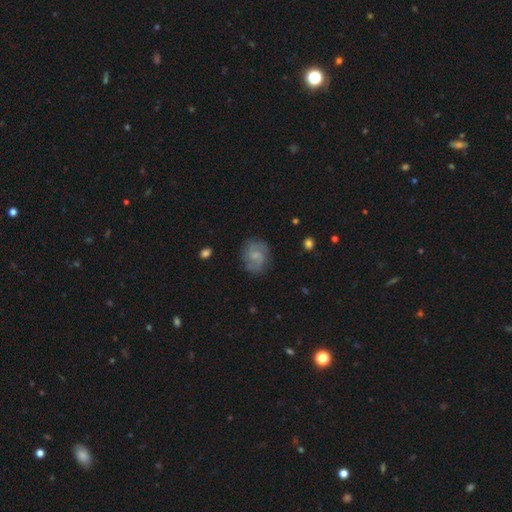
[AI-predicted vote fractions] A featured or disk galaxy (68%) with a weak bar (50%), 2 (79%) medium (50%) spiral arms (91%) and a small central bulge (44%). Merging: none (76%).